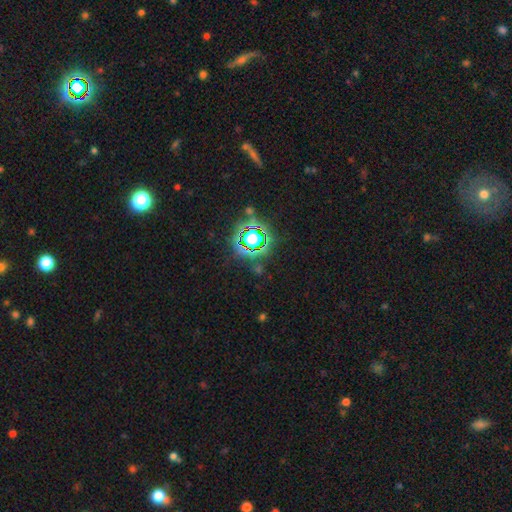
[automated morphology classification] A star or artifact, not a galaxy (80%).